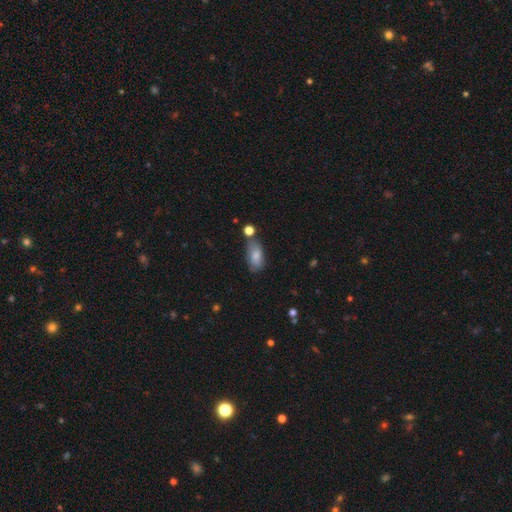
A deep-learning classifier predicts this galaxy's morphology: A smooth galaxy with no disk features (78%) that is in between round and cigar-shaped (90%). Merging: none (58%).